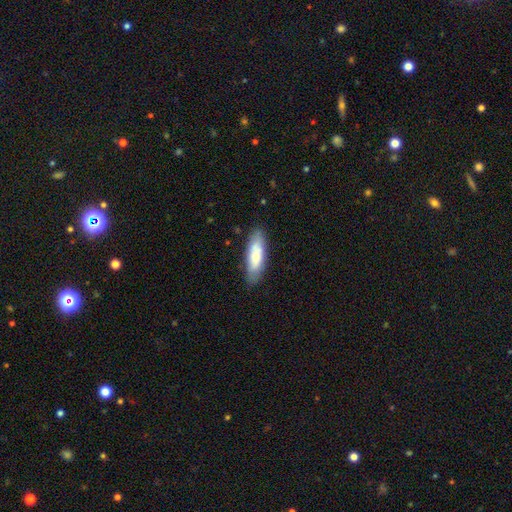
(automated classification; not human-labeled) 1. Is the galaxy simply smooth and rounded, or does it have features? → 75% smooth, 19% featured or disk, 6% star or artifact.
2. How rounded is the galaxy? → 54% in between, 45% cigar-shaped, 2% round.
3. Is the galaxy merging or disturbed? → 80% none, 15% minor disturbance, 3% major disturbance, 1% merger.